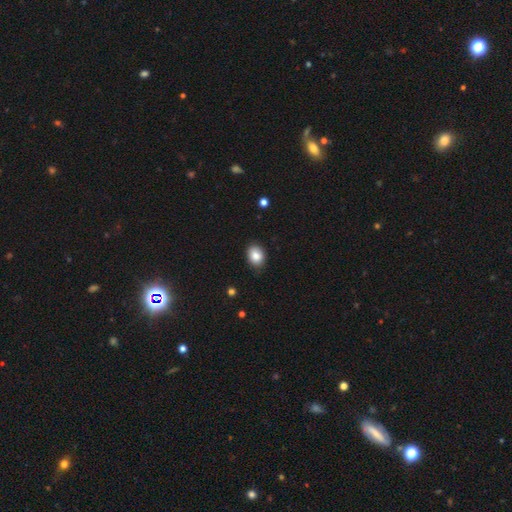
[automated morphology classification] Smooth or featured? smooth (85%)
How rounded? in between (61%)
Merging? none (83%)